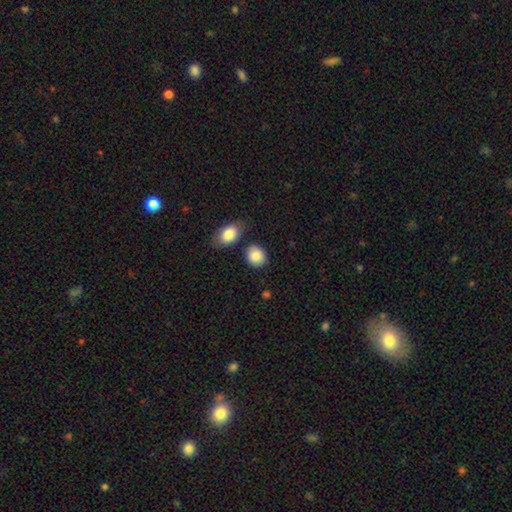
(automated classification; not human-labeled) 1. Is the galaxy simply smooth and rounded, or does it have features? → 88% smooth, 7% star or artifact, 5% featured or disk.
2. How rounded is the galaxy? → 65% round, 34% in between, 1% cigar-shaped.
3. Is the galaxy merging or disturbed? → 77% none, 12% minor disturbance, 7% merger, 3% major disturbance.